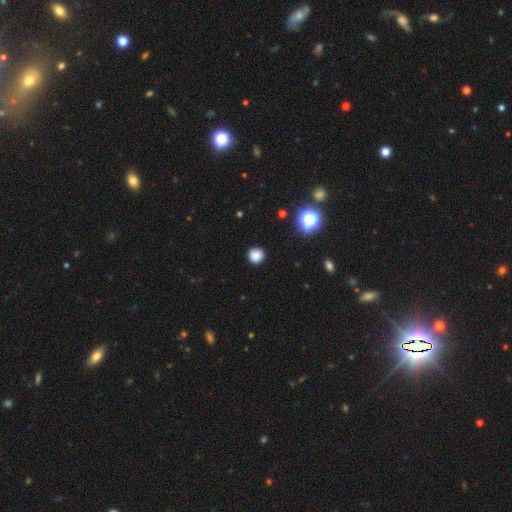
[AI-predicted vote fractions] Q: Smooth or featured?
A: smooth (83%); runner-up: star or artifact (13%)
Q: How rounded?
A: round (90%); runner-up: in between (9%)
Q: Merging?
A: none (89%); runner-up: minor disturbance (8%)